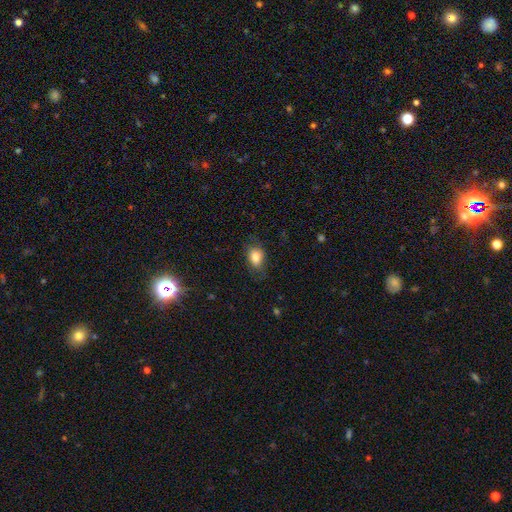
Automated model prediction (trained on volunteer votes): smooth-or-featured: smooth: 79% | featured or disk: 12% | star or artifact: 9%
  how-rounded: in between: 77% | round: 21% | cigar-shaped: 2%
  merging: none: 66% | minor disturbance: 23% | major disturbance: 10% | merger: 1%